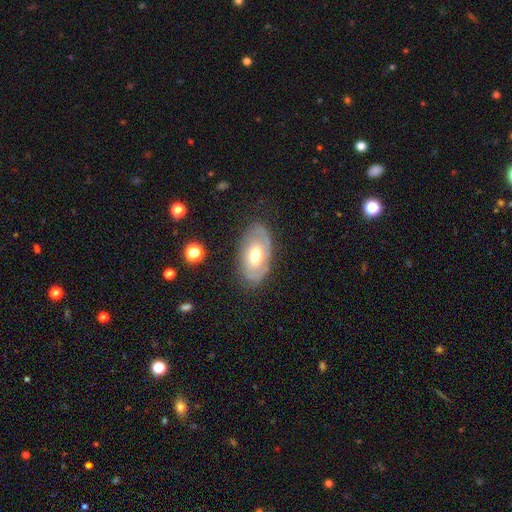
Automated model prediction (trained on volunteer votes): featured or disk 53%, smooth 41%, star or artifact 7%. Down the decision tree: edge-on disk — no (89%); merging — none (77%).